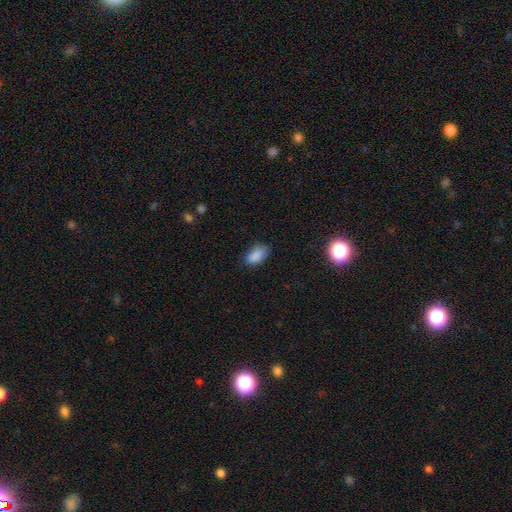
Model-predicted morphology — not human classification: Smooth or featured? Predicted: smooth (p=0.86). How rounded? Predicted: in between (p=0.92). Merging? Predicted: none (p=0.72).